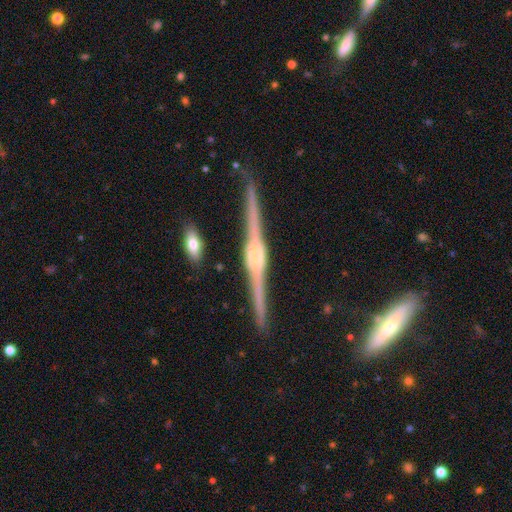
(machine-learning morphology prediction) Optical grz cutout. It shows a featured or disk galaxy (89%) viewed edge-on (98%) with a rounded central bulge (49%). Merging: none (85%).